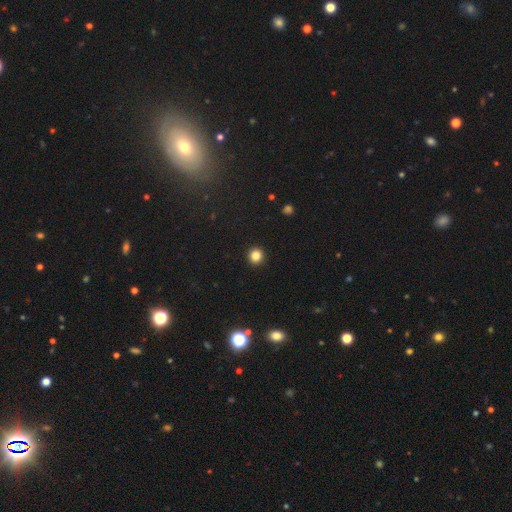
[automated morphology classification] Smooth or featured?
  - smooth: 84% *
  - star or artifact: 12%
  - featured or disk: 4%
How rounded?
  - round: 89% *
  - in between: 10%
  - cigar-shaped: 1%
Merging?
  - none: 93% *
  - minor disturbance: 4%
  - major disturbance: 2%
  - merger: 1%